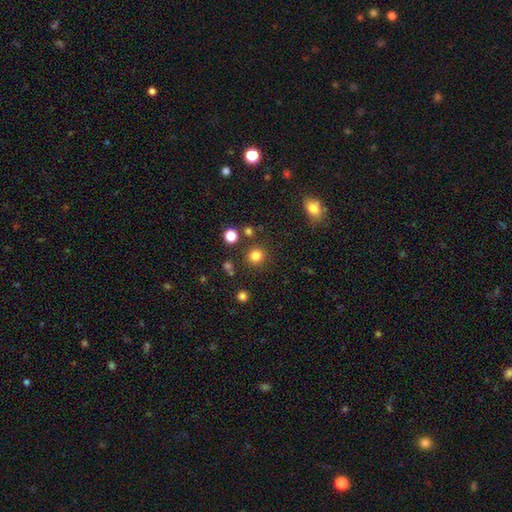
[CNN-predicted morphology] Smooth or featured? smooth (82%)
How rounded? round (93%)
Merging? none (86%)